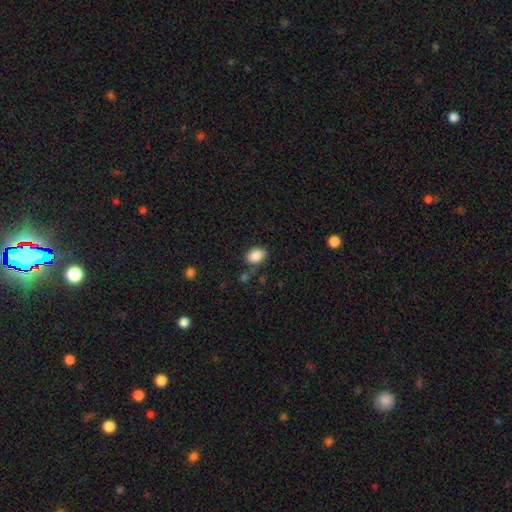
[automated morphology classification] A smooth galaxy with no disk features (88%) that is in between round and cigar-shaped (74%). Merging: none (76%).